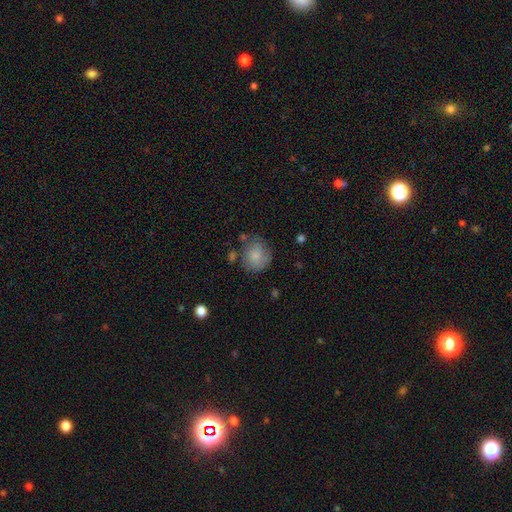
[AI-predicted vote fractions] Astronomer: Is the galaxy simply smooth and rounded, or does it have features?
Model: smooth — 78%.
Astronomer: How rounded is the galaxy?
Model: round — 75%.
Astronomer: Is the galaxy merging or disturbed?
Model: none — 62%.